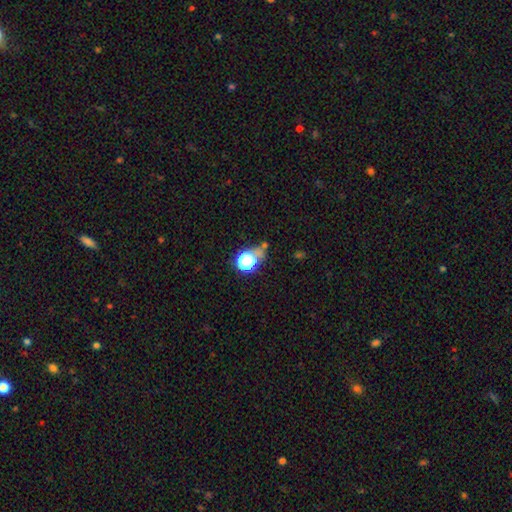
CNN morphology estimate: Overall: smooth (50%; star or artifact 40%). How rounded: round (76%). Merging: none (58%).